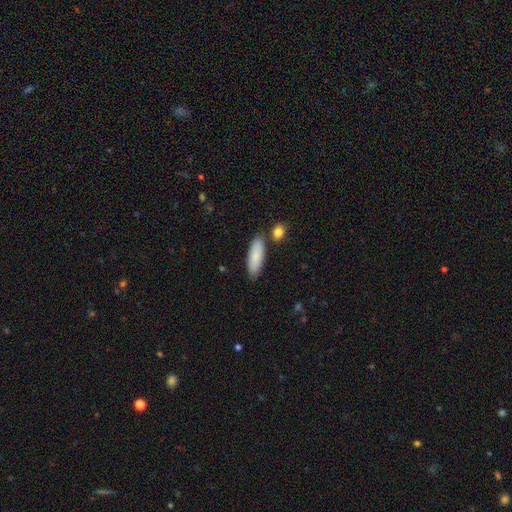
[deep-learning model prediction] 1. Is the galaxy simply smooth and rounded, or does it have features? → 86% smooth, 9% featured or disk, 6% star or artifact.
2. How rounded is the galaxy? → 60% in between, 39% cigar-shaped, 2% round.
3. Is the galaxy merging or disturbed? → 82% none, 11% minor disturbance, 5% merger, 2% major disturbance.